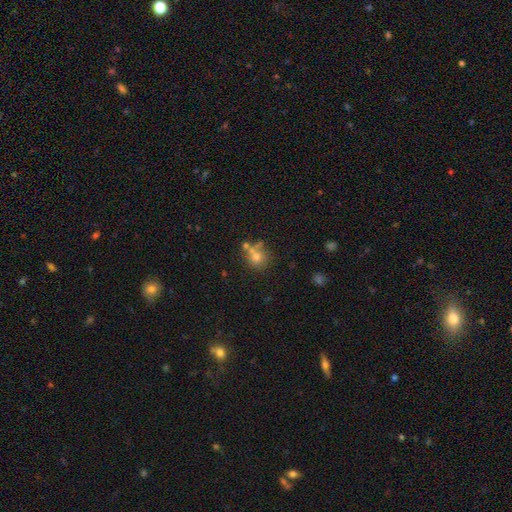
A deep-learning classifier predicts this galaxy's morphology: Smooth or featured? smooth (65%)
How rounded? round (86%)
Merging? none (59%)